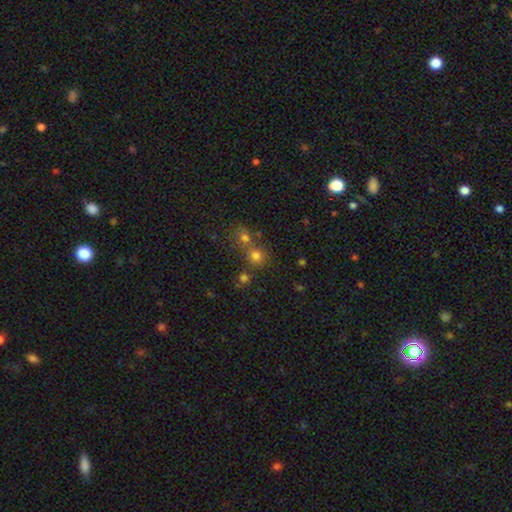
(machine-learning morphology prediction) type=smooth (72%); roundness=round (85%); merging=none (53%).